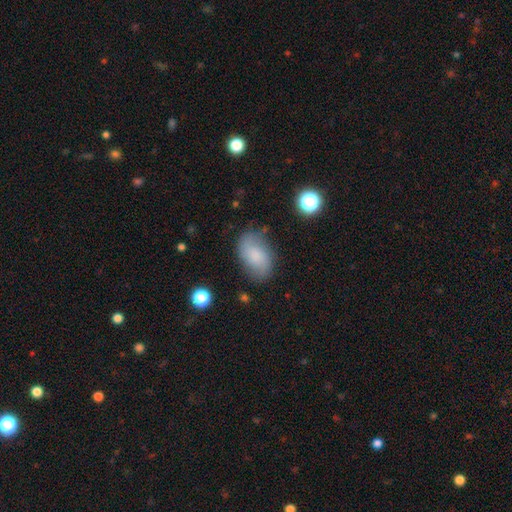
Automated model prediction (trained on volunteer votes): A smooth galaxy with no disk features (70%) that is in between round and cigar-shaped (91%). Merging: none (72%).